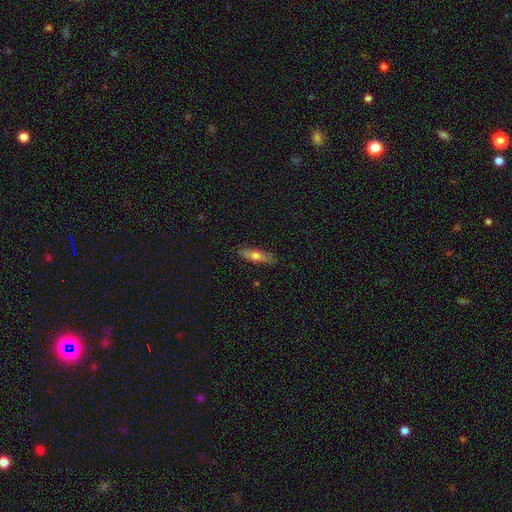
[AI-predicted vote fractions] Smooth or featured: smooth — 64% (featured or disk — 30%)
How rounded: cigar-shaped — 58% (in between — 40%)
Merging: none — 84% (minor disturbance — 12%)